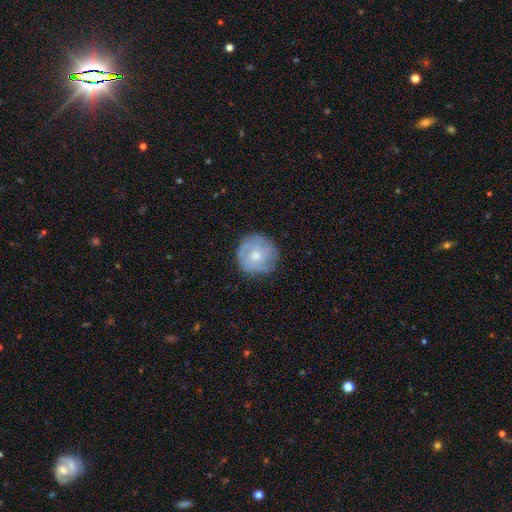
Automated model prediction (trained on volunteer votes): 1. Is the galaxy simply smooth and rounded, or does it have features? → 51% smooth, 42% featured or disk, 7% star or artifact.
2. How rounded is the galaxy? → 94% round, 5% in between, 1% cigar-shaped.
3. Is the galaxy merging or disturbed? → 79% none, 15% minor disturbance, 5% major disturbance, 1% merger.